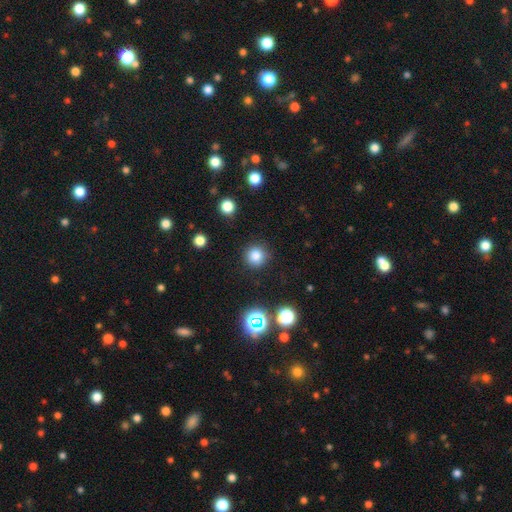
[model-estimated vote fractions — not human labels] smooth_or_featured: smooth (p=0.80) [alt: star or artifact p=0.15]
how_rounded: round (p=0.94) [alt: in between p=0.05]
merging: none (p=0.88) [alt: minor disturbance p=0.07]